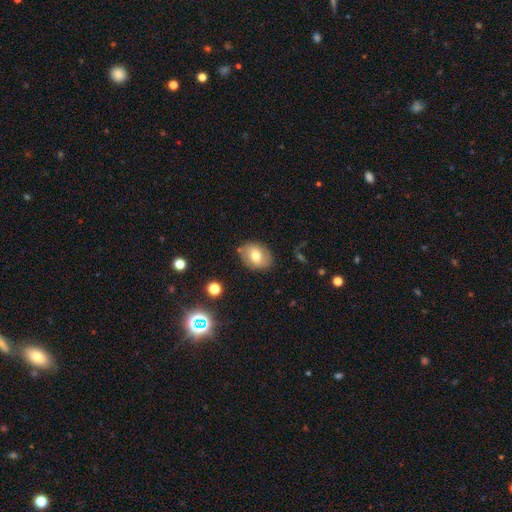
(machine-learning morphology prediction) type=smooth (68%); roundness=in between (67%); merging=none (81%).